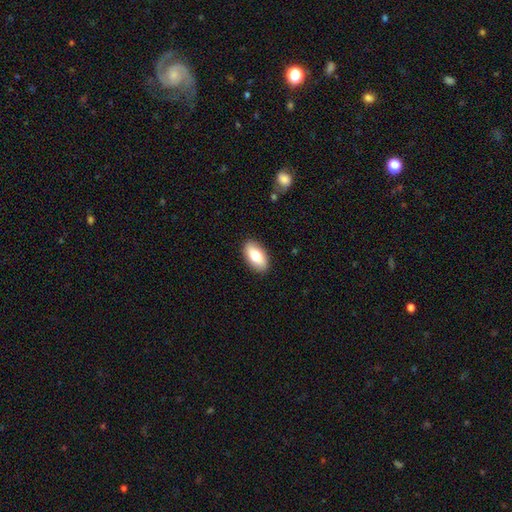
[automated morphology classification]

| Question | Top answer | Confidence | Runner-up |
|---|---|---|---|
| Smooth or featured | smooth | 74% | featured or disk (20%) |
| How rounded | in between | 91% | cigar-shaped (5%) |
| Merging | none | 89% | minor disturbance (8%) |